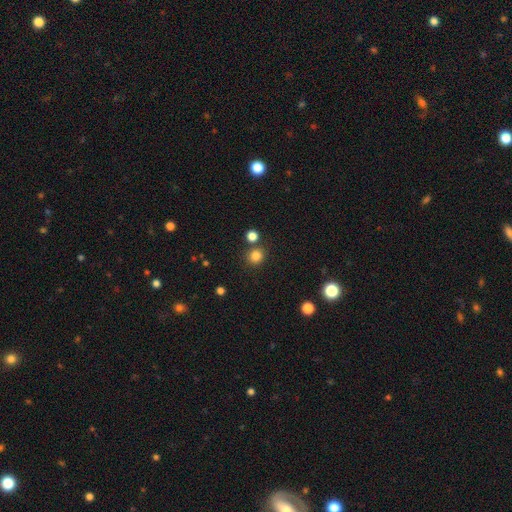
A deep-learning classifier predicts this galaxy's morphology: smooth_or_featured: smooth (p=0.81) [alt: star or artifact p=0.14]
how_rounded: round (p=0.90) [alt: in between p=0.09]
merging: none (p=0.80) [alt: merger p=0.10]